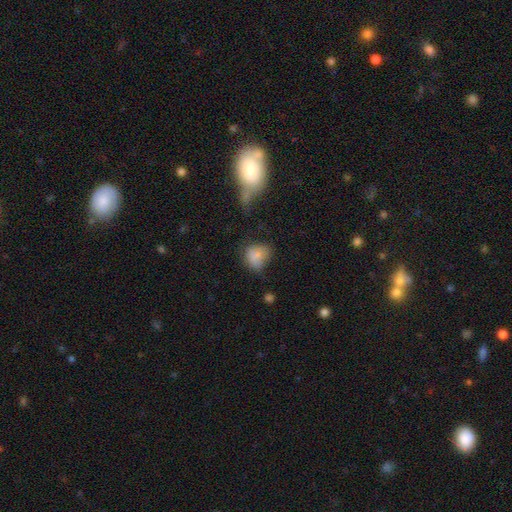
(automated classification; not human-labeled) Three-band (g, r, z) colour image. It shows a smooth galaxy with no disk features (78%) that is in between round and cigar-shaped (50%). Merging: none (45%).